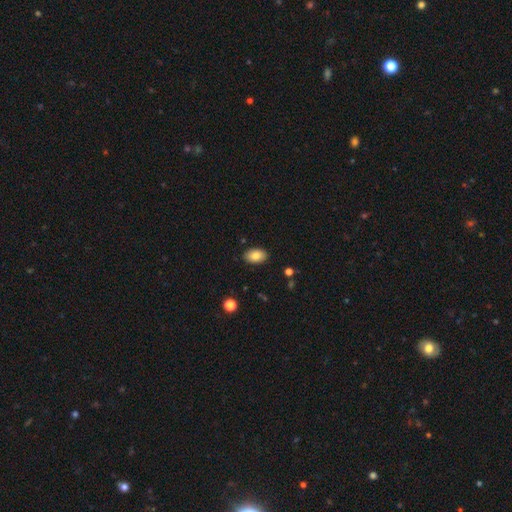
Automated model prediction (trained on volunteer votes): Smooth or featured? smooth (85%)
How rounded? in between (91%)
Merging? none (88%)